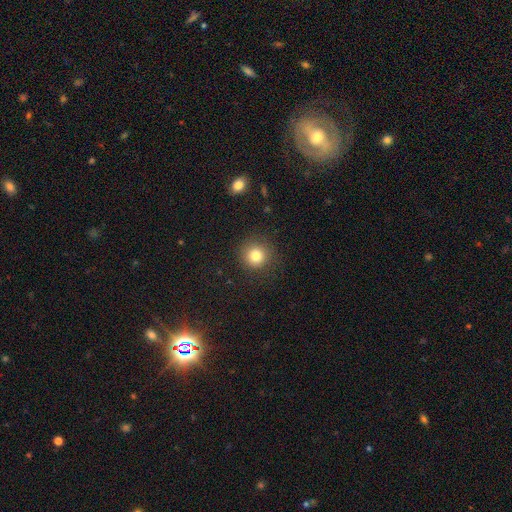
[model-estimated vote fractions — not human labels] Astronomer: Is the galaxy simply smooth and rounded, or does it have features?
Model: smooth — 81%.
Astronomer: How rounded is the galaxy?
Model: round — 94%.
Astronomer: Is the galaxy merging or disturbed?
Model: none — 88%.